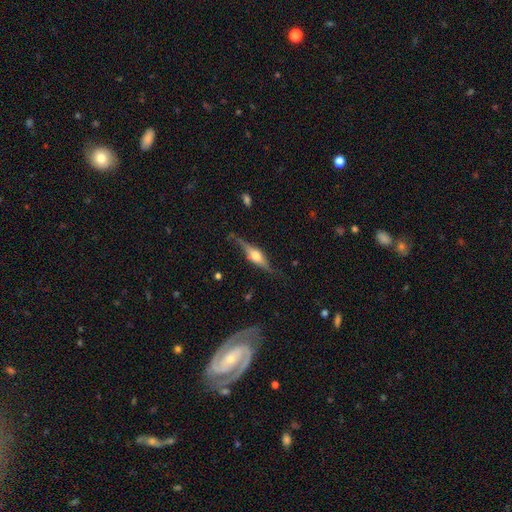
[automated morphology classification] The model was most divided on "smooth or featured": featured or disk: 75%, smooth: 19%, star or artifact: 6%. More confident: edge-on disk — yes (95%); edge-on bulge — rounded (92%); merging — none (77%).